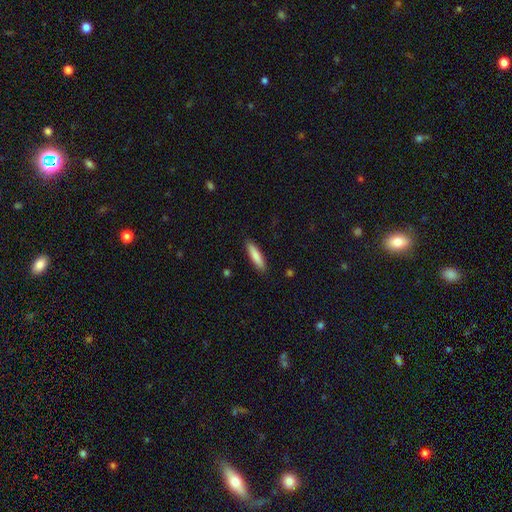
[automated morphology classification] Smooth or featured? smooth (82%)
How rounded? cigar-shaped (76%)
Merging? none (89%)